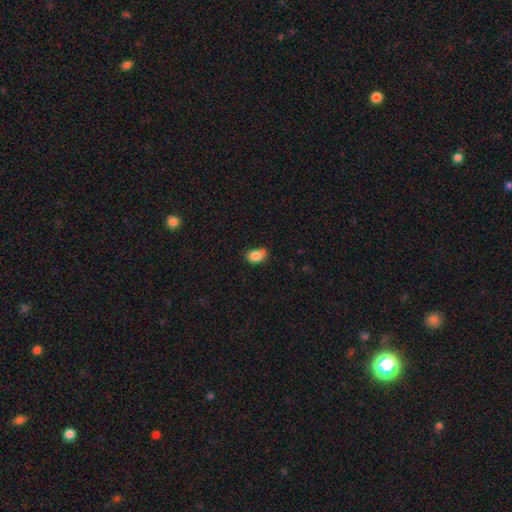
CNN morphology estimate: This is clearly a smooth galaxy (85%). How rounded: likely in between (76%). Merging: likely none (64%).